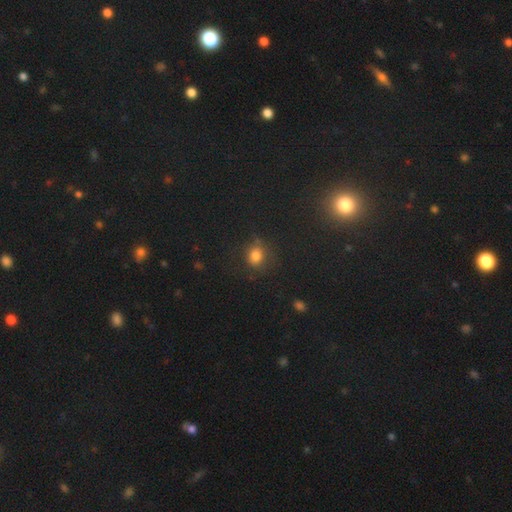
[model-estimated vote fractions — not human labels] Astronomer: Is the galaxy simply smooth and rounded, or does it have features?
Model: smooth — 76%.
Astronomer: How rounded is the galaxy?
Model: round — 70%.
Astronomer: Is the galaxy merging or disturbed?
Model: none — 72%.